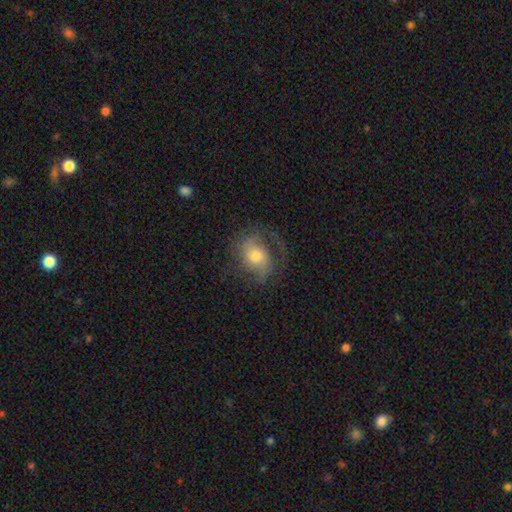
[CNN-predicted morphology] Smooth or featured? Predicted: featured or disk (p=0.61). Edge-on disk? Predicted: no (p=0.96). Bar? Predicted: no (p=0.61). Spiral arms? Predicted: yes (p=0.86). Spiral winding? Predicted: medium (p=0.46). Spiral arm count? Predicted: 2 (p=0.62). Bulge size? Predicted: moderate (p=0.63). Merging? Predicted: none (p=0.57).